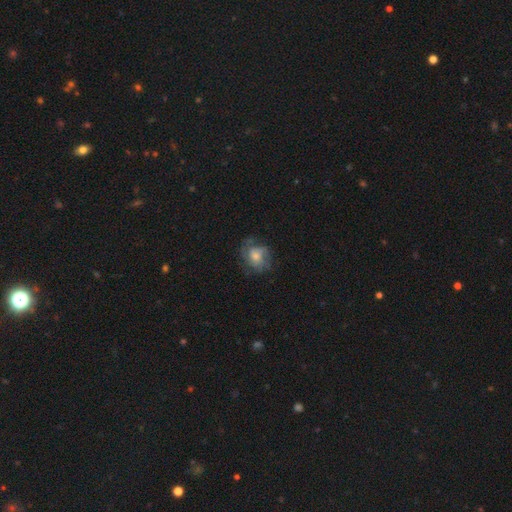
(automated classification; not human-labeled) Smooth or featured: featured or disk — 62% (smooth — 27%)
Edge-on disk: no — 97% (yes — 3%)
Bar: no — 73% (weak — 24%)
Spiral arms: yes — 86% (no — 14%)
Spiral winding: tight — 45% (medium — 40%)
Spiral arm count: can't tell — 36% (3 — 25%)
Bulge size: moderate — 55% (small — 25%)
Merging: none — 67% (minor disturbance — 19%)